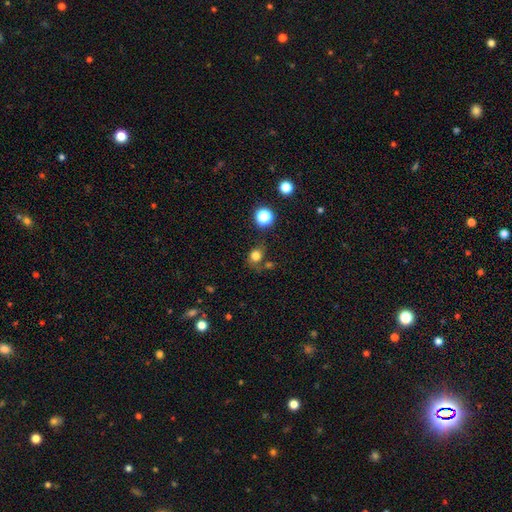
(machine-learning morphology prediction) Smooth or featured: smooth — 78% (star or artifact — 16%)
How rounded: round — 69% (in between — 30%)
Merging: none — 64% (minor disturbance — 19%)